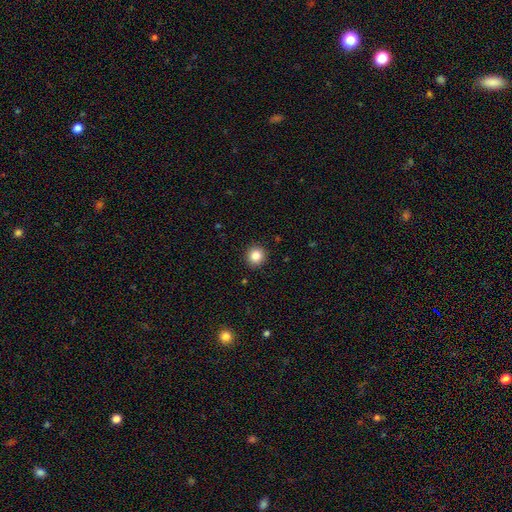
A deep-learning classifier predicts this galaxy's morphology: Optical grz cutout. It shows a smooth galaxy with no disk features (85%) that is round (92%). Merging: none (92%).